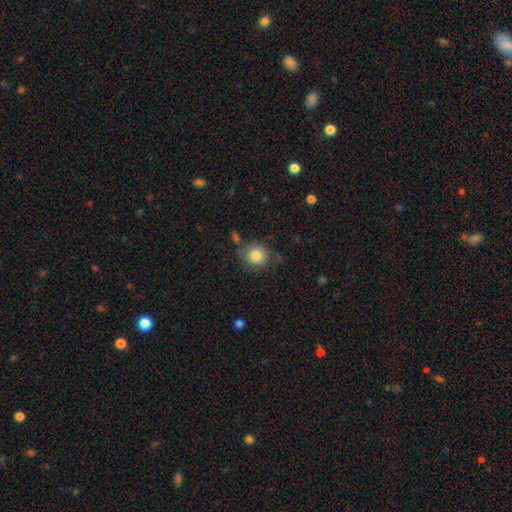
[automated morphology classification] smooth 81%, featured or disk 10%, star or artifact 9%. Down the decision tree: how rounded — round (87%); merging — none (69%).